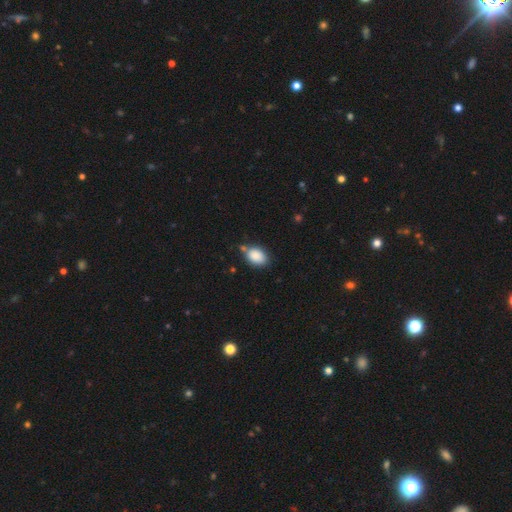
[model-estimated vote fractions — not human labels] Smooth or featured?
  - smooth: 88% *
  - star or artifact: 8%
  - featured or disk: 5%
How rounded?
  - in between: 82% *
  - round: 17%
  - cigar-shaped: 1%
Merging?
  - none: 72% *
  - minor disturbance: 18%
  - merger: 7%
  - major disturbance: 4%